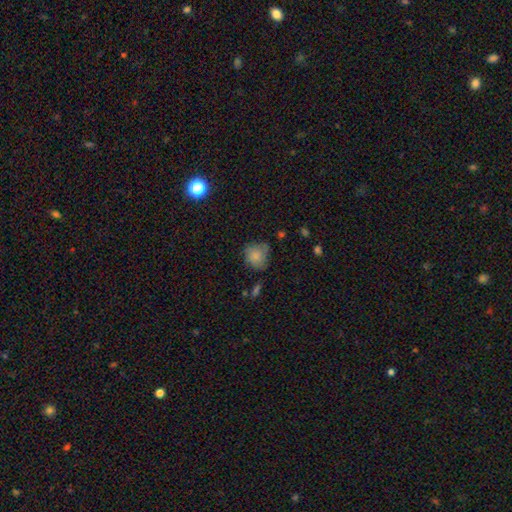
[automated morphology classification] Smooth or featured? Predicted: smooth (p=0.78). How rounded? Predicted: round (p=0.72). Merging? Predicted: none (p=0.58).